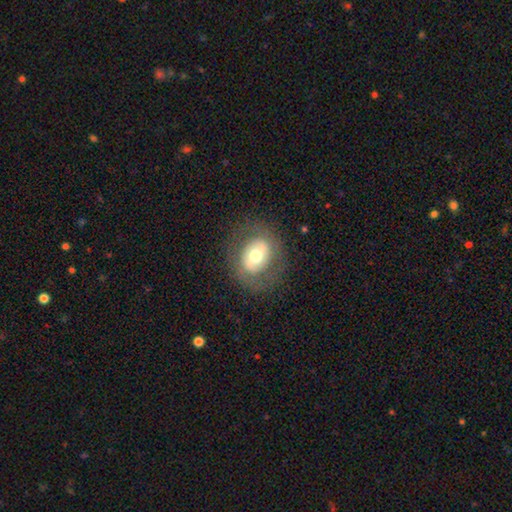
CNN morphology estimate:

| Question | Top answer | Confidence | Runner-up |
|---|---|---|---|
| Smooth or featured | smooth | 52% | featured or disk (40%) |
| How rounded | round | 57% | in between (42%) |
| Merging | none | 78% | minor disturbance (13%) |